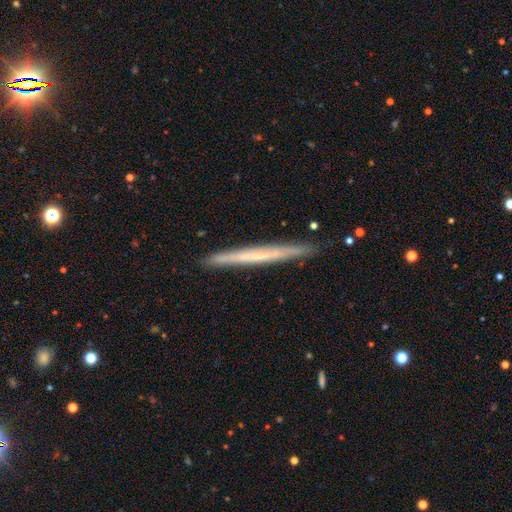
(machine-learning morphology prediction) smooth_or_featured: featured or disk (p=0.52) [alt: smooth p=0.42]
disk_edge_on: yes (p=0.96) [alt: no p=0.04]
merging: none (p=0.89) [alt: minor disturbance p=0.09]